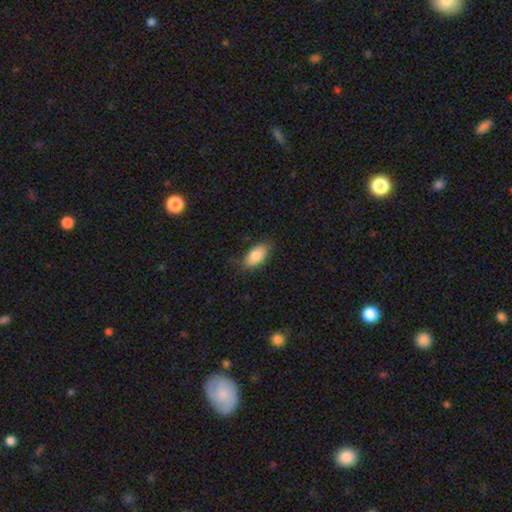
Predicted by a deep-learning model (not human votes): The model was most divided on "merging": none: 79%, minor disturbance: 16%, major disturbance: 3%, merger: 1%. More confident: how rounded — in between (91%); smooth or featured — smooth (83%).